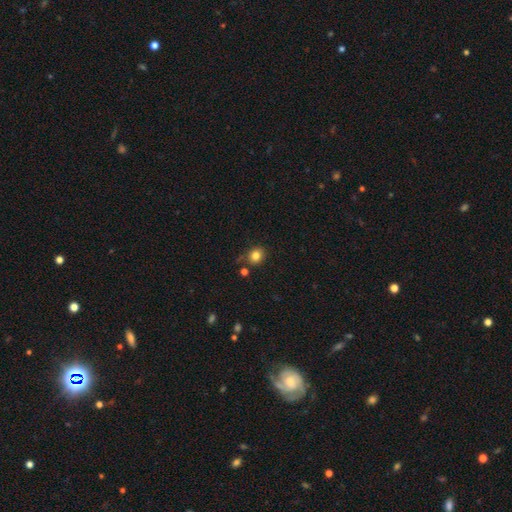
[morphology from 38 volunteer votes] Smooth or featured?
  - smooth: 82% *
  - featured or disk: 11%
  - star or artifact: 8%
How rounded?
  - round: 71% *
  - in between: 29%
  - cigar-shaped: 0%
Merging?
  - none: 80% *
  - minor disturbance: 14%
  - major disturbance: 3%
  - merger: 3%